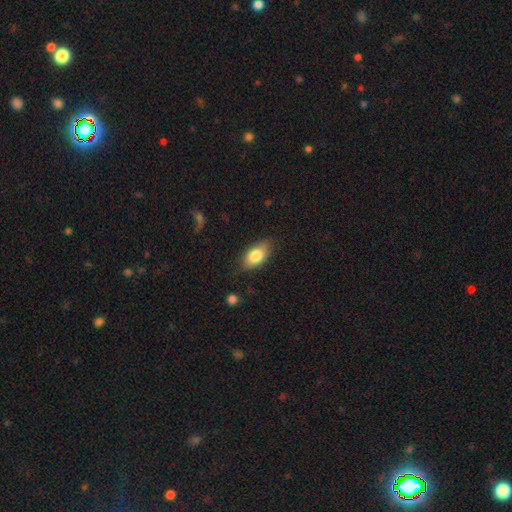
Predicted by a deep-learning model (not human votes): Q: Smooth or featured?
A: smooth (81%); runner-up: featured or disk (12%)
Q: How rounded?
A: in between (90%); runner-up: round (6%)
Q: Merging?
A: none (80%); runner-up: minor disturbance (15%)